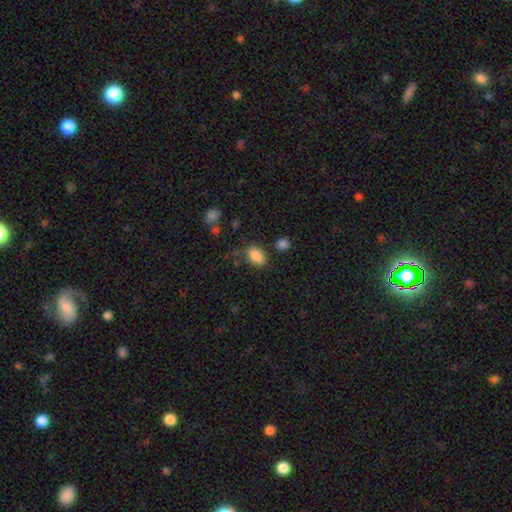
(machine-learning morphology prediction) The model was most divided on "merging": none: 71%, minor disturbance: 18%, major disturbance: 6%, merger: 5%. More confident: smooth or featured — smooth (87%); how rounded — in between (85%).